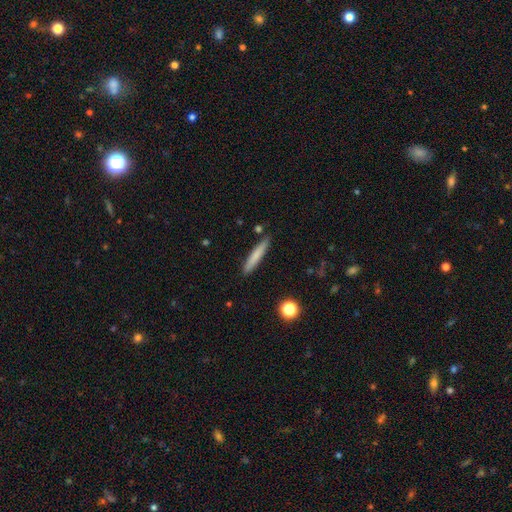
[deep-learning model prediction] A smooth galaxy with no disk features (73%) that is cigar-shaped (94%). Merging: none (87%).